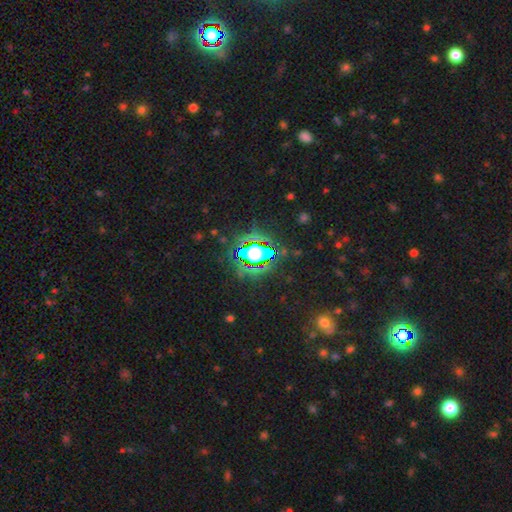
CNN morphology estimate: smooth_or_featured: star or artifact (p=0.80) [alt: smooth p=0.12]